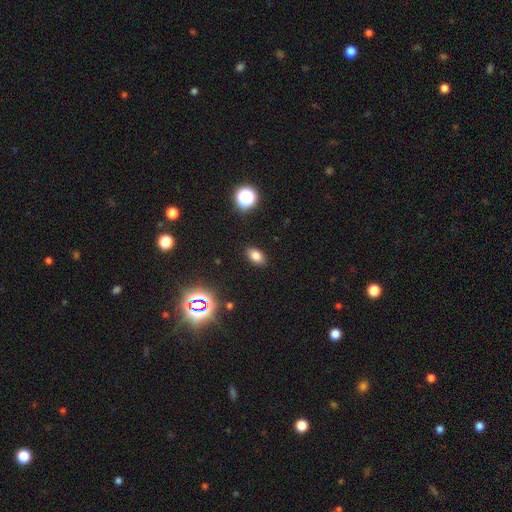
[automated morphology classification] A smooth galaxy with no disk features (78%) that is in between round and cigar-shaped (86%).

Vote fractions:
- Smooth or featured? smooth: 78% / star or artifact: 15% / featured or disk: 8%
- How rounded? in between: 86% / round: 12% / cigar-shaped: 2%
- Merging? none: 88% / minor disturbance: 9% / major disturbance: 2% / merger: 1%